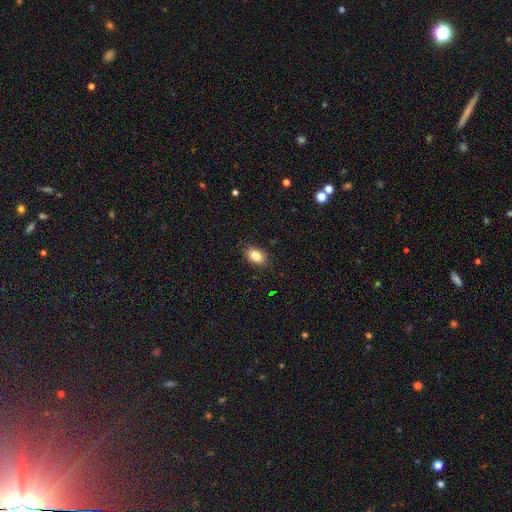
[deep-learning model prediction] Morphology: type=smooth (84%); roundness=in between (87%); merging=none (88%).